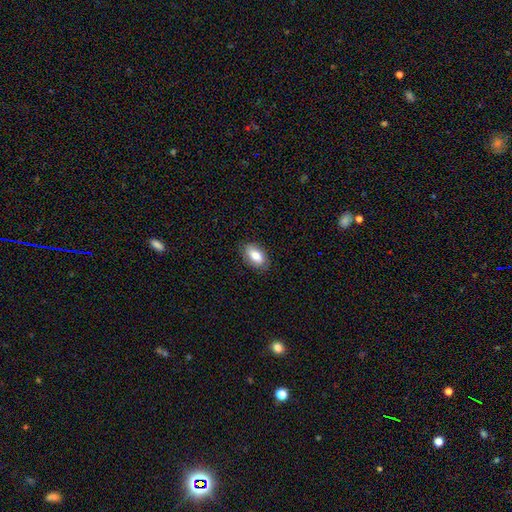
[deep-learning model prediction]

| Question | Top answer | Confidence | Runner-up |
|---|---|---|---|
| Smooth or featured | smooth | 77% | featured or disk (16%) |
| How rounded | in between | 91% | round (6%) |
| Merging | none | 85% | minor disturbance (11%) |